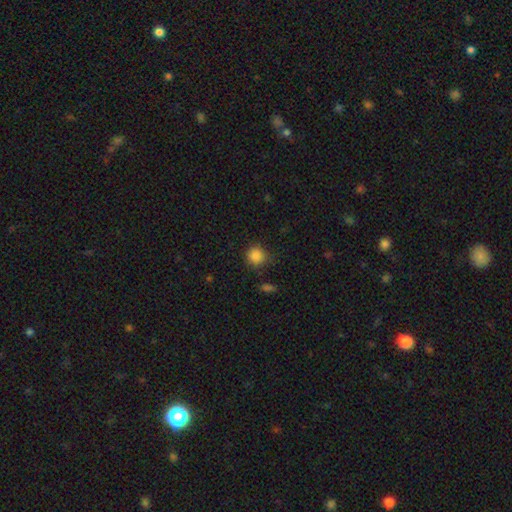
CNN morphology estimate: smooth_or_featured: smooth (p=0.86) [alt: star or artifact p=0.11]
how_rounded: round (p=0.91) [alt: in between p=0.08]
merging: none (p=0.82) [alt: minor disturbance p=0.12]